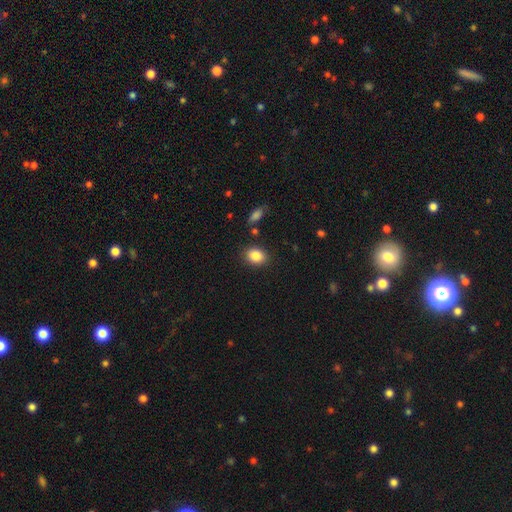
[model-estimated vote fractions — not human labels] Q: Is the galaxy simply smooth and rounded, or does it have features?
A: smooth — 86%.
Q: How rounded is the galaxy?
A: in between — 62%.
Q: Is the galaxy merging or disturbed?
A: none — 85%.